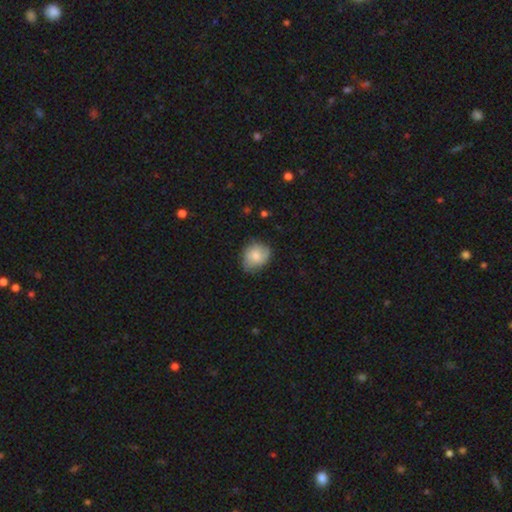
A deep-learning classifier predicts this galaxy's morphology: This is likely a smooth galaxy (72%). How rounded: likely round (64%). Merging: likely none (70%).